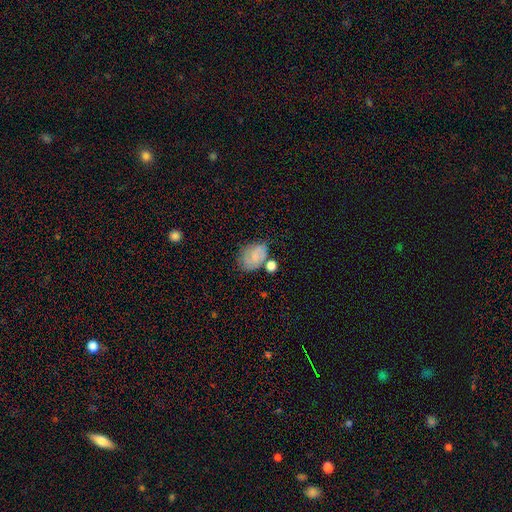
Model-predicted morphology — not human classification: Smooth or featured?
  - smooth: 58% *
  - featured or disk: 31%
  - star or artifact: 11%
How rounded?
  - in between: 72% *
  - round: 26%
  - cigar-shaped: 1%
Merging?
  - none: 52% *
  - minor disturbance: 23%
  - merger: 15%
  - major disturbance: 10%